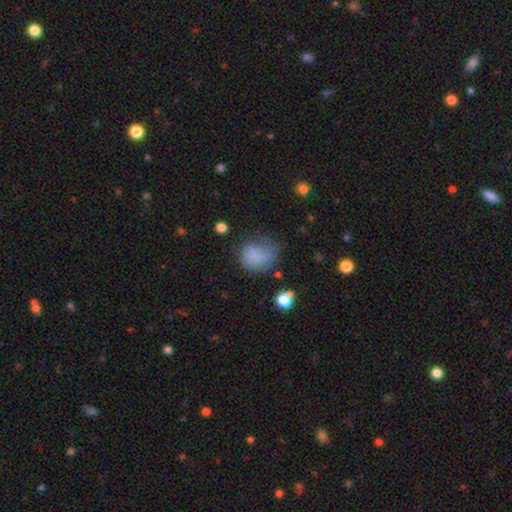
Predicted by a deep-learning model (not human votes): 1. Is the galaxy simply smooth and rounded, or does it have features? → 74% smooth, 15% featured or disk, 11% star or artifact.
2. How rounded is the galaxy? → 61% round, 38% in between, 1% cigar-shaped.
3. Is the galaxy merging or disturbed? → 44% none, 30% minor disturbance, 23% major disturbance, 4% merger.